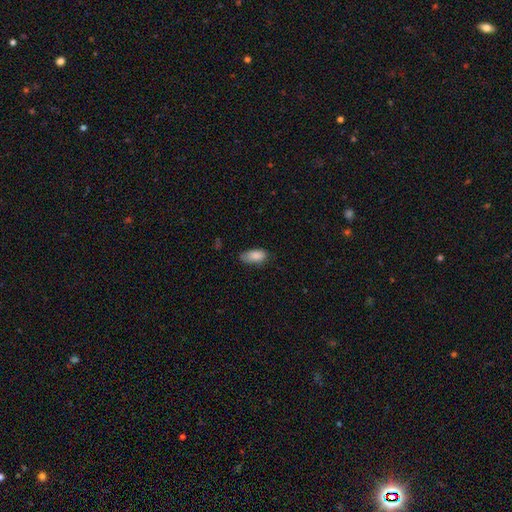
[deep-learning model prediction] Overall: smooth (87%). How rounded: in between (90%). Merging: none (64%; minor disturbance 28%).